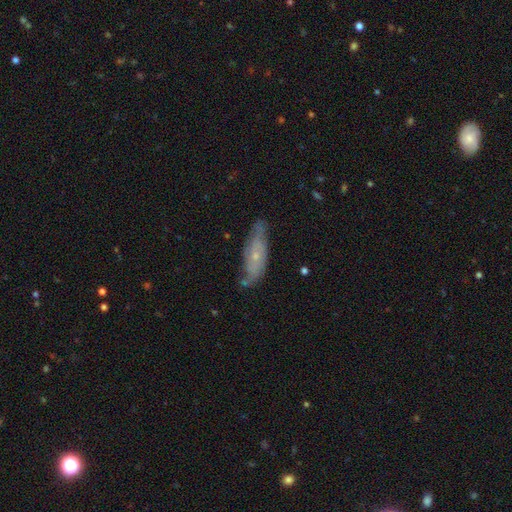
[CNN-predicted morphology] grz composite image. It shows a featured or disk galaxy (58%). Merging: none (65%).